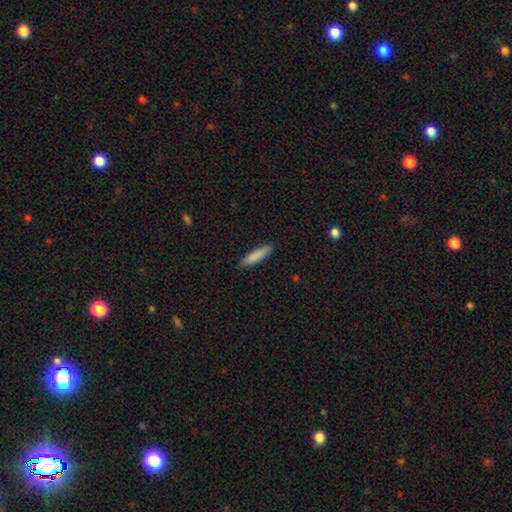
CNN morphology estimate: The model was most divided on "how rounded": cigar-shaped: 80%, in between: 18%, round: 1%. More confident: merging — none (89%); smooth or featured — smooth (84%).